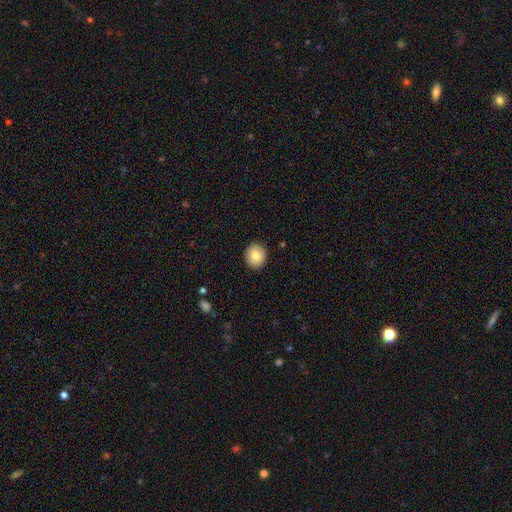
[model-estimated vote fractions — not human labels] This appears to be a smooth galaxy with no disk features (85%) that is round (71%). Merging: none (89%).